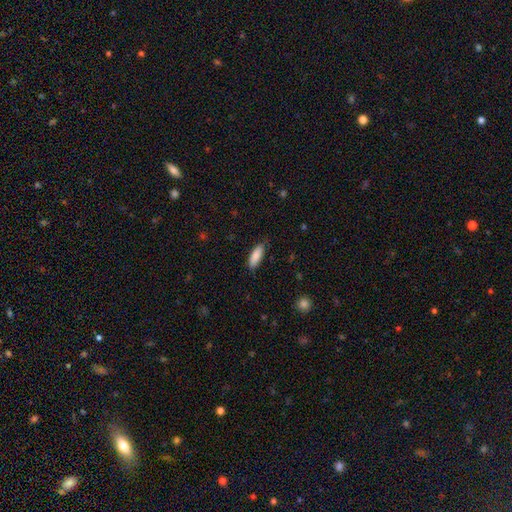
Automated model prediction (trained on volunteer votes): A smooth galaxy with no disk features (87%) that is in between round and cigar-shaped (64%). Merging: none (80%).